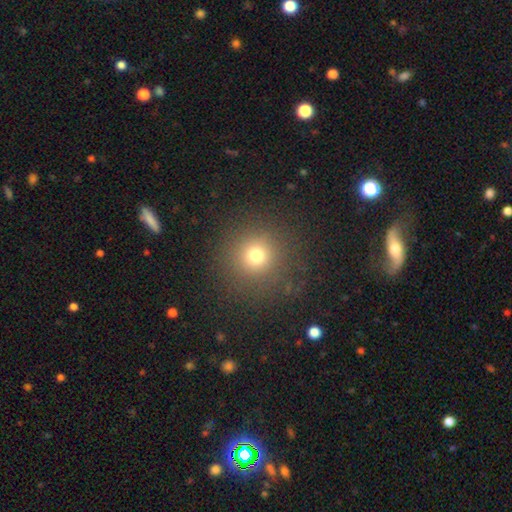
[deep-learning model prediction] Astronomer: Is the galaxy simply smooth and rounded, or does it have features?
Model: smooth — 73%.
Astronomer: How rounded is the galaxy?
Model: round — 93%.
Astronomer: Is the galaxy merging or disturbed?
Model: none — 86%.